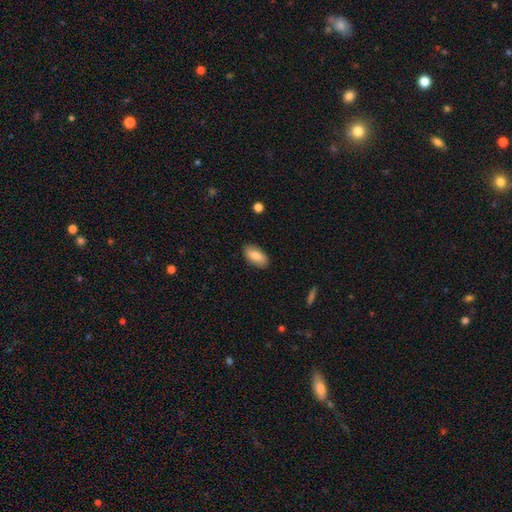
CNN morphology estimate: type=smooth (81%); roundness=in between (91%); merging=none (87%).